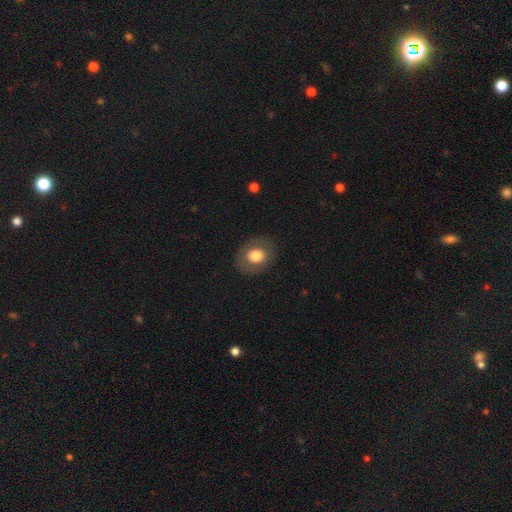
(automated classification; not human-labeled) smooth_or_featured: smooth (p=0.73) [alt: featured or disk p=0.20]
how_rounded: round (p=0.56) [alt: in between p=0.44]
merging: none (p=0.85) [alt: minor disturbance p=0.10]